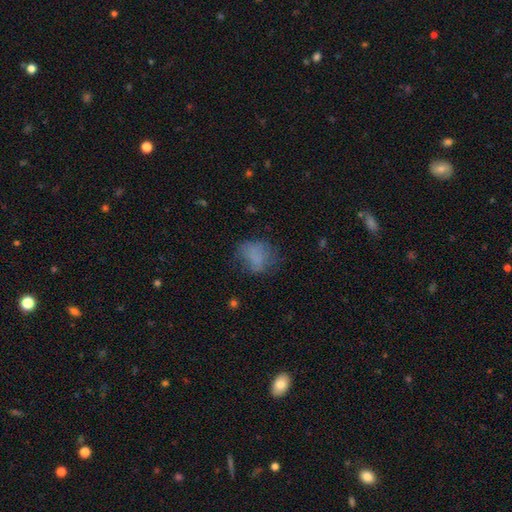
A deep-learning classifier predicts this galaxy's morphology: Smooth or featured: smooth — 69% (featured or disk — 18%)
How rounded: in between — 51% (round — 47%)
Merging: none — 51% (minor disturbance — 26%)